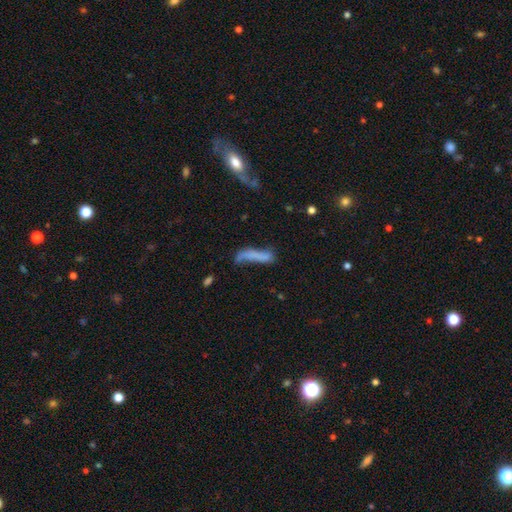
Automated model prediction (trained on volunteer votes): Smooth or featured? smooth (59%)
How rounded? cigar-shaped (77%)
Merging? none (37%)